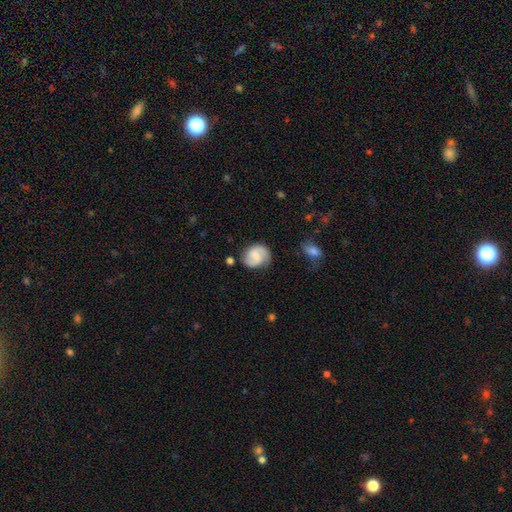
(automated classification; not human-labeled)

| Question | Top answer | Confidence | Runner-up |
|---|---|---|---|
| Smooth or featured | featured or disk | 60% | smooth (33%) |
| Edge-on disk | no | 98% | yes (2%) |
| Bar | weak | 49% | no (40%) |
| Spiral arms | yes | 92% | no (8%) |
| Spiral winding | medium | 47% | tight (30%) |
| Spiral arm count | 2 | 87% | can't tell (7%) |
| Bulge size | small | 45% | moderate (33%) |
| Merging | none | 76% | minor disturbance (16%) |